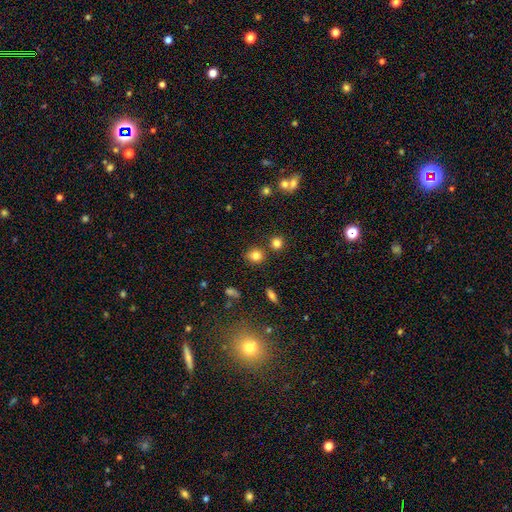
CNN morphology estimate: Smooth or featured?
  - smooth: 80% *
  - star or artifact: 13%
  - featured or disk: 7%
How rounded?
  - round: 81% *
  - in between: 18%
  - cigar-shaped: 1%
Merging?
  - none: 81% *
  - minor disturbance: 9%
  - merger: 8%
  - major disturbance: 3%